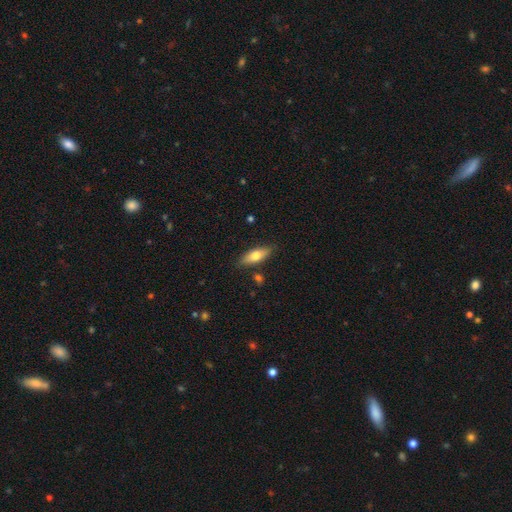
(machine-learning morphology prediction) Smooth or featured? smooth (69%)
How rounded? in between (63%)
Merging? none (83%)